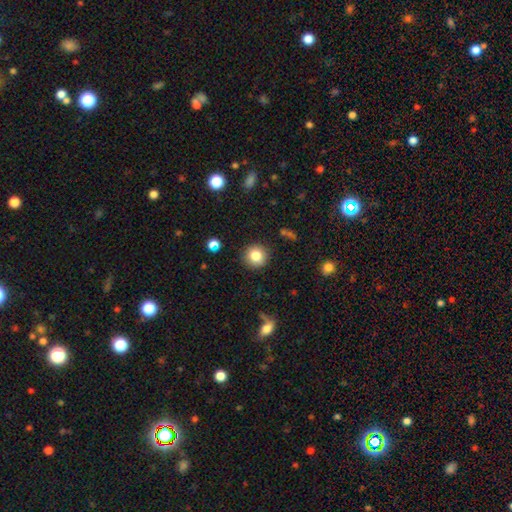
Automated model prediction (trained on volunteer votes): Morphology: type=smooth (81%); roundness=round (92%); merging=none (89%).